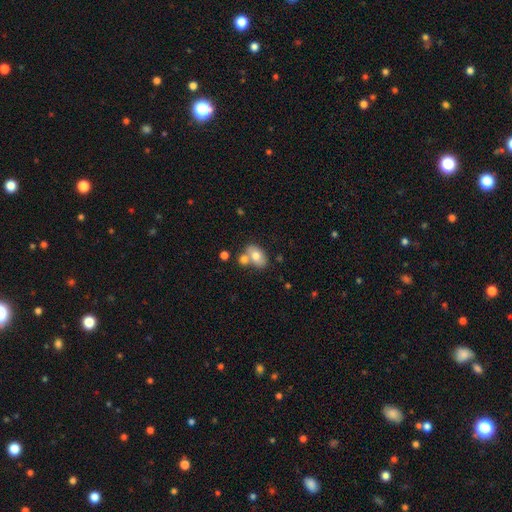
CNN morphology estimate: Smooth or featured? smooth (71%)
How rounded? in between (84%)
Merging? none (49%)